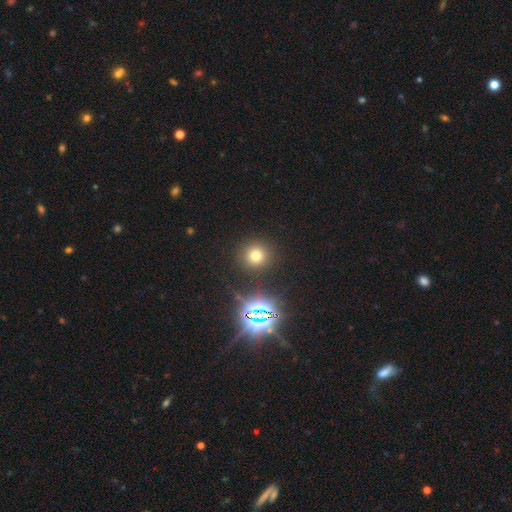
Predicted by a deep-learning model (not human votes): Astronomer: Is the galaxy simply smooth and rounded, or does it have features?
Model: smooth — 68%.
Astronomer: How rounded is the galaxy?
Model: round — 93%.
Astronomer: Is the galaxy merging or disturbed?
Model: none — 89%.